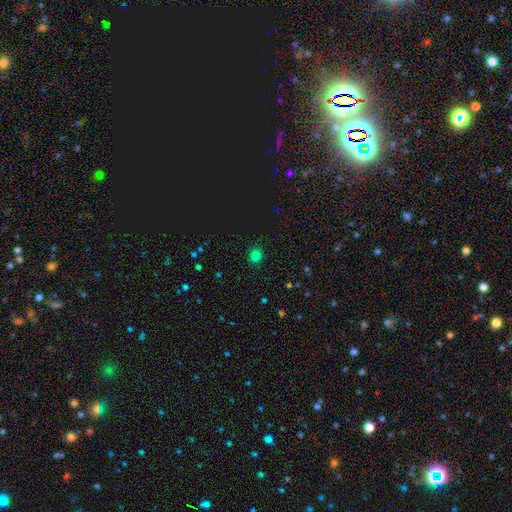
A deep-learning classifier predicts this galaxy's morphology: Smooth or featured?
  - smooth: 78% *
  - star or artifact: 18%
  - featured or disk: 4%
How rounded?
  - round: 79% *
  - in between: 20%
  - cigar-shaped: 1%
Merging?
  - none: 90% *
  - minor disturbance: 7%
  - major disturbance: 2%
  - merger: 1%